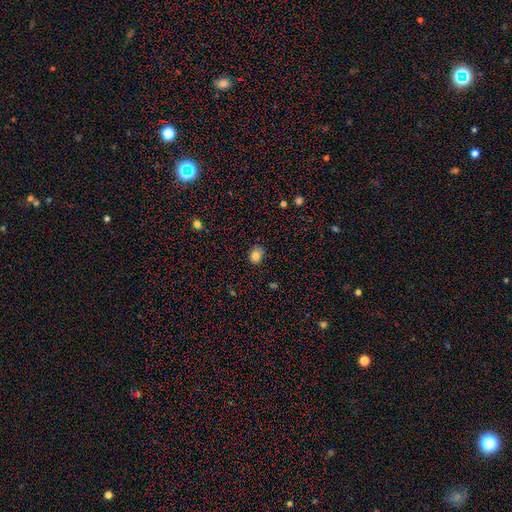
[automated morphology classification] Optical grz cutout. It shows a smooth galaxy with no disk features (83%) that is round (52%). Merging: none (81%).